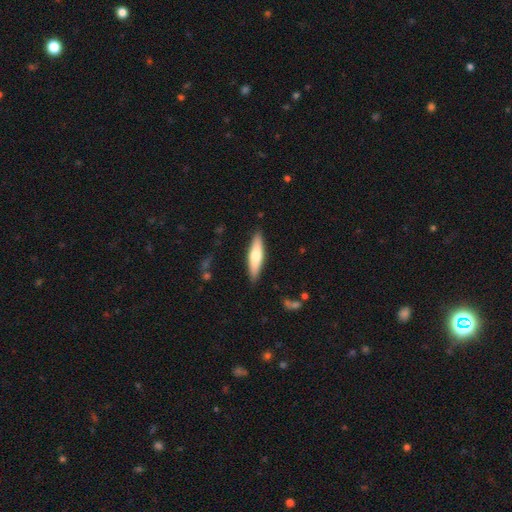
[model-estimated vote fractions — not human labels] Q: Smooth or featured?
A: smooth (60%); runner-up: featured or disk (35%)
Q: How rounded?
A: cigar-shaped (74%); runner-up: in between (25%)
Q: Merging?
A: none (88%); runner-up: minor disturbance (9%)